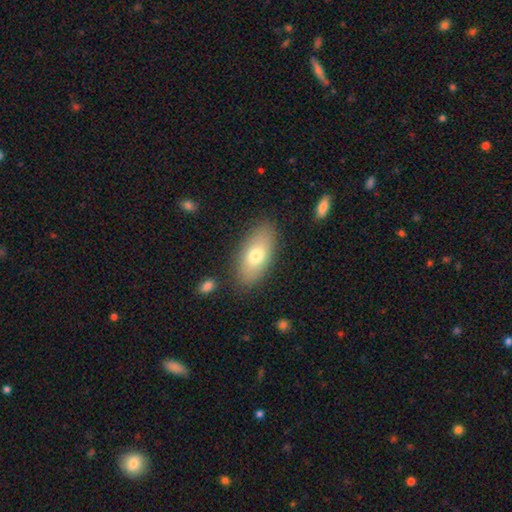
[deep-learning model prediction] Smooth or featured? smooth (73%)
How rounded? in between (89%)
Merging? none (84%)